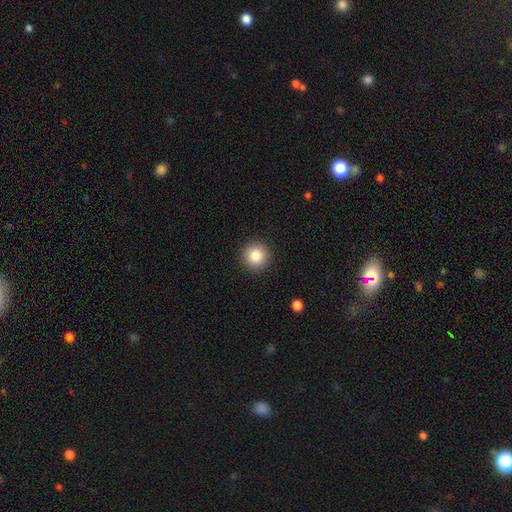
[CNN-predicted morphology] The model was most divided on "smooth or featured": smooth: 85%, star or artifact: 10%, featured or disk: 5%. More confident: how rounded — round (95%); merging — none (92%).